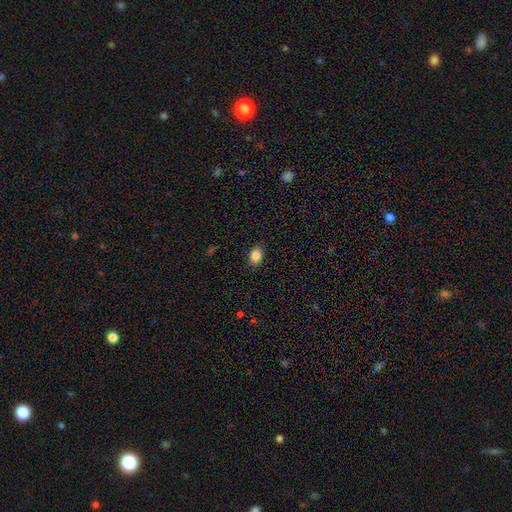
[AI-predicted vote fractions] This appears to be a smooth galaxy with no disk features (86%) that is in between round and cigar-shaped (67%). Merging: none (87%).